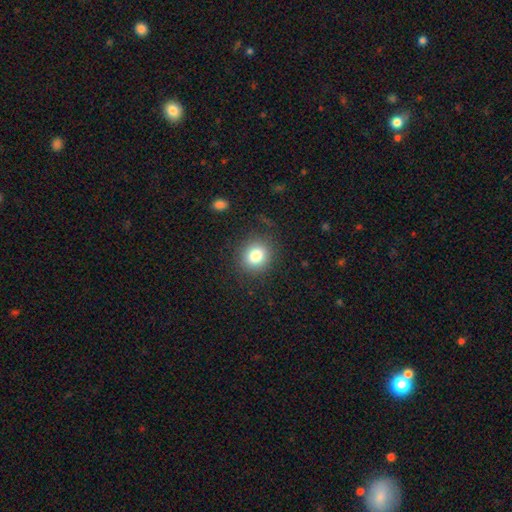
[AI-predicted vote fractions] Smooth or featured? smooth (80%)
How rounded? round (78%)
Merging? none (85%)